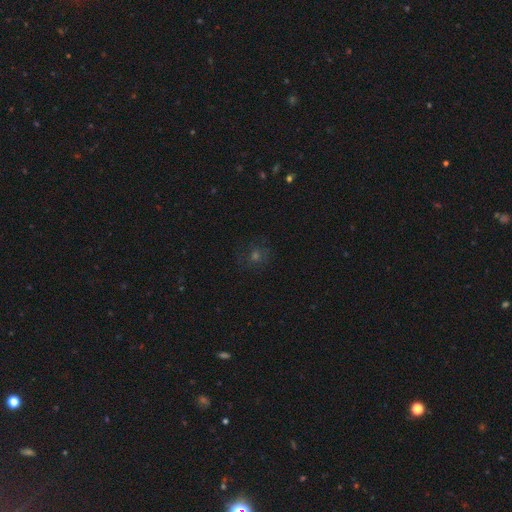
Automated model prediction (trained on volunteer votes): Overall: smooth (44%; star or artifact 37%). Merging: none (81%).